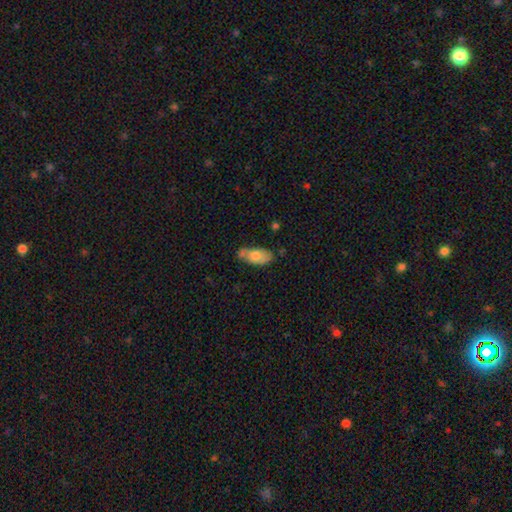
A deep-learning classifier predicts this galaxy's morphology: type=smooth (69%); roundness=in between (89%); merging=none (52%).